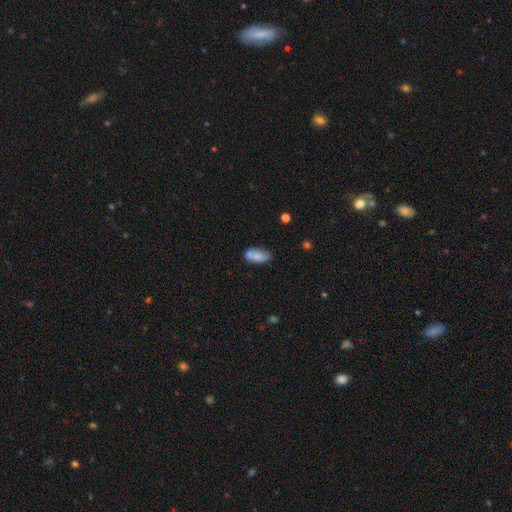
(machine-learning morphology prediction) Overall: smooth (79%). How rounded: in between (88%). Merging: none (58%; minor disturbance 25%).